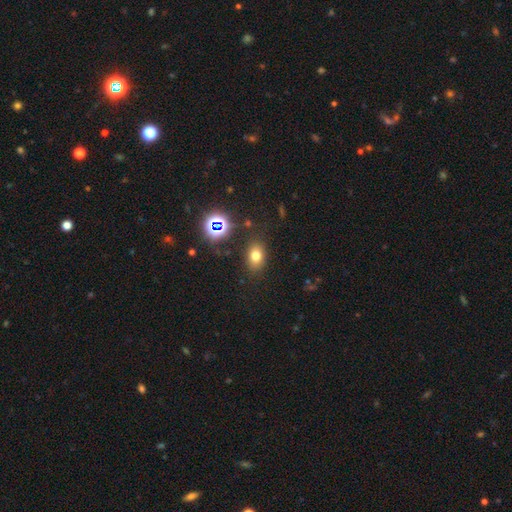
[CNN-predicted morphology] smooth-or-featured: smooth: 70% | star or artifact: 19% | featured or disk: 10%
  how-rounded: in between: 74% | round: 25% | cigar-shaped: 2%
  merging: none: 82% | minor disturbance: 11% | major disturbance: 4% | merger: 3%